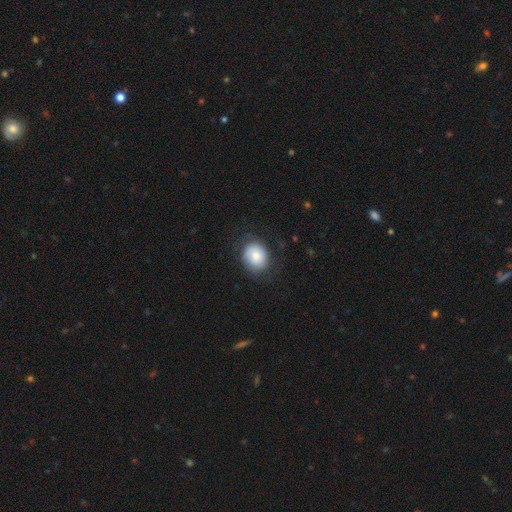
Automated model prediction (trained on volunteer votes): Morphology: type=smooth (72%); roundness=round (68%); merging=none (75%).